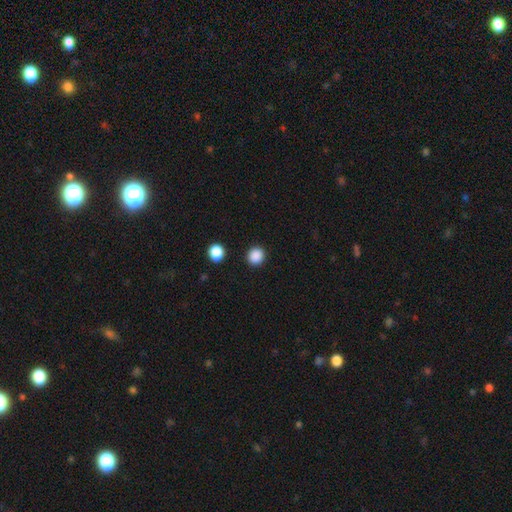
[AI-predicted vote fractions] Q: Smooth or featured?
A: smooth (88%); runner-up: star or artifact (10%)
Q: How rounded?
A: round (88%); runner-up: in between (11%)
Q: Merging?
A: none (91%); runner-up: minor disturbance (5%)